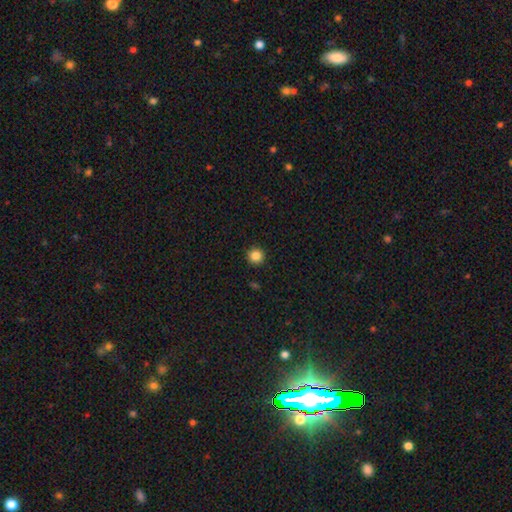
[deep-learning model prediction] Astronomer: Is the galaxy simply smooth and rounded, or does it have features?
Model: smooth — 85%.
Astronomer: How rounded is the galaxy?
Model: round — 95%.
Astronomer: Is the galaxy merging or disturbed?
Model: none — 93%.